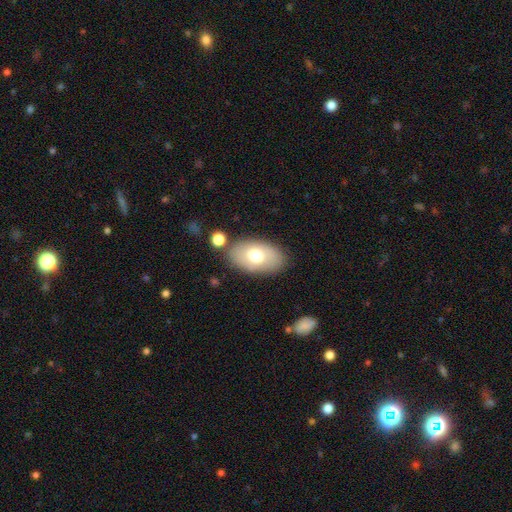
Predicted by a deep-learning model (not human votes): smooth-or-featured: smooth: 69% | featured or disk: 24% | star or artifact: 7%
  how-rounded: in between: 92% | round: 7% | cigar-shaped: 1%
  merging: none: 79% | minor disturbance: 12% | merger: 5% | major disturbance: 4%